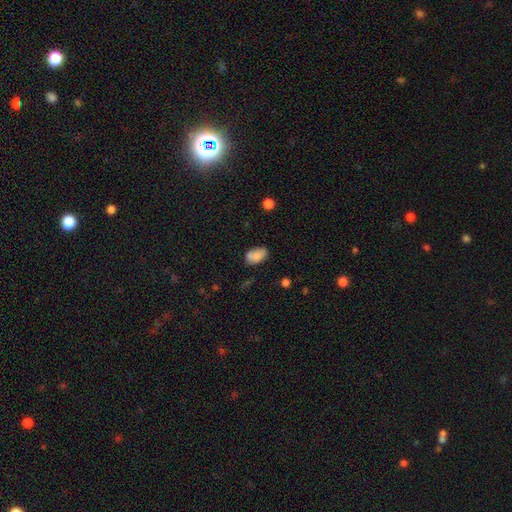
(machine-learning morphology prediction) This is likely a smooth galaxy (80%). How rounded: clearly in between (91%). Merging: likely none (64%).